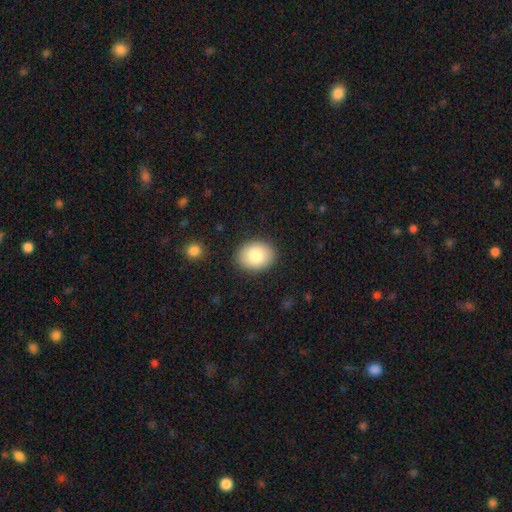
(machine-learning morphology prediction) Smooth or featured: smooth — 83% (featured or disk — 9%)
How rounded: in between — 54% (round — 45%)
Merging: none — 89% (minor disturbance — 8%)